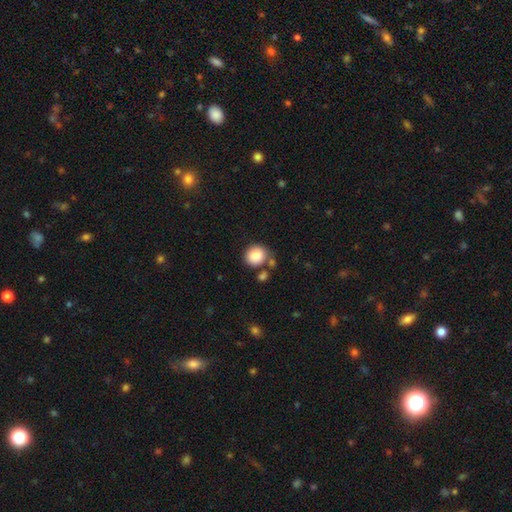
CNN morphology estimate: Smooth or featured: smooth — 85% (star or artifact — 9%)
How rounded: round — 82% (in between — 17%)
Merging: none — 72% (merger — 12%)